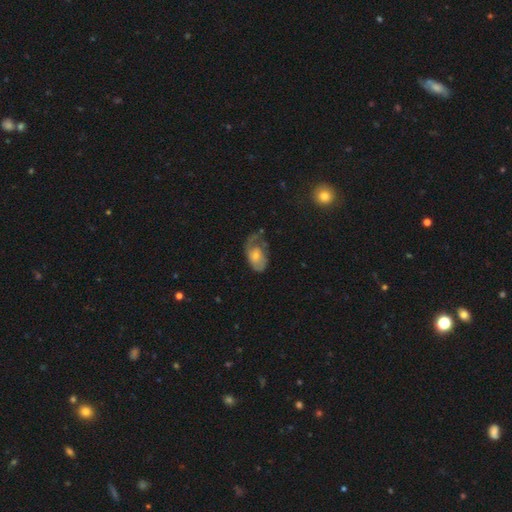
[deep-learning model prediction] A featured or disk galaxy (58%) with no bar (76%), spiral arms (76%) and a small central bulge (51%).

Vote fractions:
- Smooth or featured? featured or disk: 58% / smooth: 35% / star or artifact: 7%
- Edge-on disk? no: 96% / yes: 4%
- Bar? no: 76% / weak: 21% / strong: 3%
- Spiral arms? yes: 76% / no: 24%
- Bulge size? small: 51% / moderate: 40% / large: 4% / none: 3% / dominant: 1%
- Merging? major disturbance: 39% / none: 31% / minor disturbance: 26% / merger: 3%